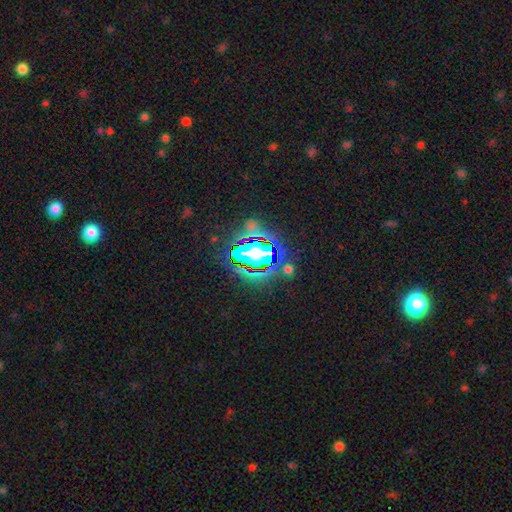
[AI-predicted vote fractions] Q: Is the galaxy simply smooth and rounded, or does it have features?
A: star or artifact — 66%.